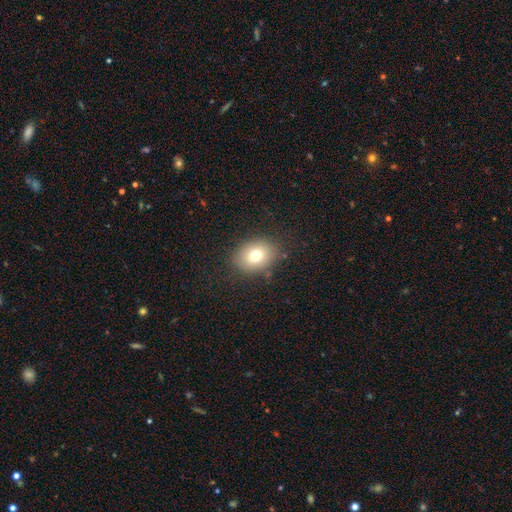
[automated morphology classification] smooth-or-featured: smooth: 75% | featured or disk: 14% | star or artifact: 12%
  how-rounded: in between: 59% | round: 40% | cigar-shaped: 1%
  merging: none: 84% | minor disturbance: 11% | major disturbance: 4% | merger: 1%